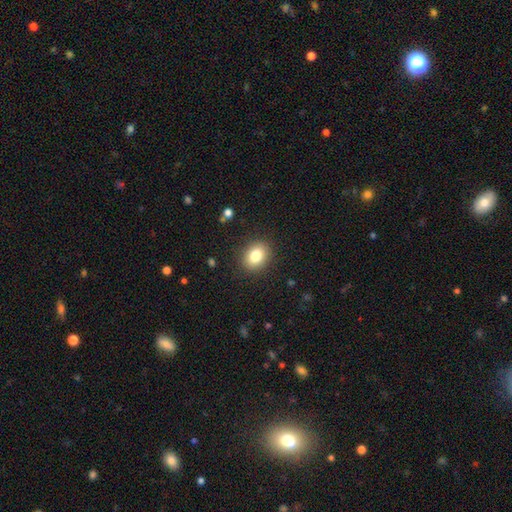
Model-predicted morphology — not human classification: Overall: smooth (82%). How rounded: in between (52%; round 47%). Merging: none (88%).